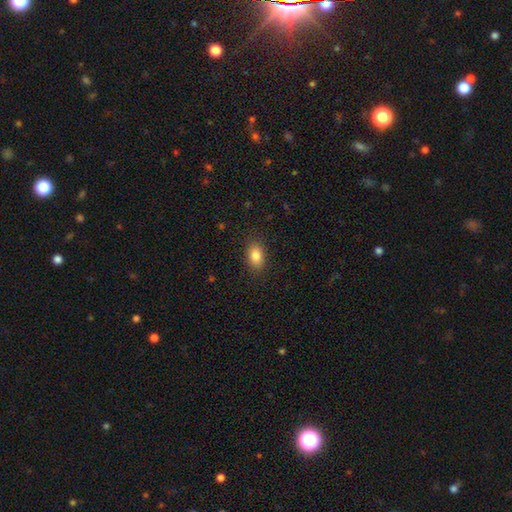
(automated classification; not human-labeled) A smooth galaxy with no disk features (84%) that is in between round and cigar-shaped (86%).

Vote fractions:
- Smooth or featured? smooth: 84% / star or artifact: 9% / featured or disk: 7%
- How rounded? in between: 86% / round: 12% / cigar-shaped: 2%
- Merging? none: 87% / minor disturbance: 9% / major disturbance: 3% / merger: 1%